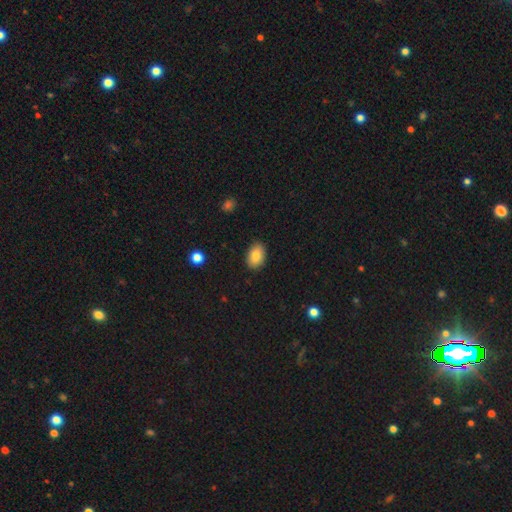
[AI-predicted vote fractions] Overall: smooth (85%). How rounded: in between (89%). Merging: none (87%).